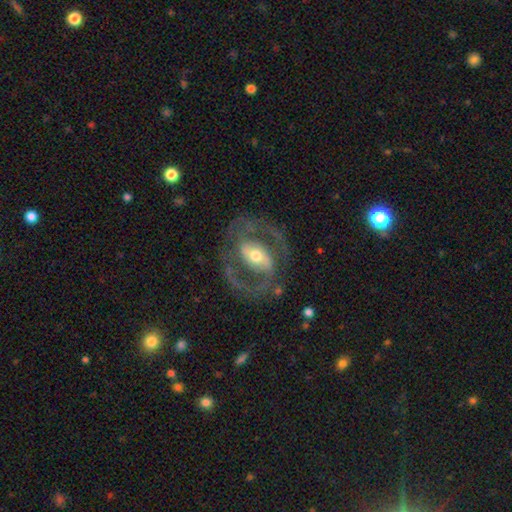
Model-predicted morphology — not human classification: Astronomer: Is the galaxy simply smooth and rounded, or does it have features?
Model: featured or disk — 85%.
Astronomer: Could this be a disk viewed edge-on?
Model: no — 96%.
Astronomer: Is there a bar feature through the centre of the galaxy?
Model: strong — 43% (runner-up: weak, 36%).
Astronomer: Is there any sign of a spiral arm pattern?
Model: yes — 85%.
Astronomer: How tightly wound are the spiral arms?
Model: medium — 55%.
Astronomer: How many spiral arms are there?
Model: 2 — 86%.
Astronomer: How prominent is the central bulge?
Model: moderate — 66%.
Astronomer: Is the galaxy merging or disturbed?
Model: none — 71%.